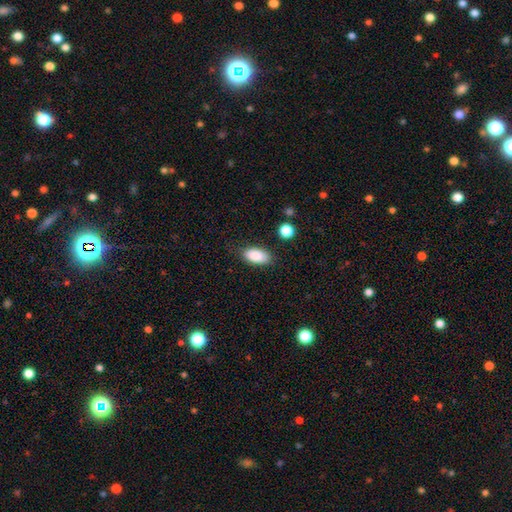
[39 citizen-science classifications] This is clearly a smooth galaxy (92%). How rounded: clearly in between (92%). Merging: clearly none (89%).